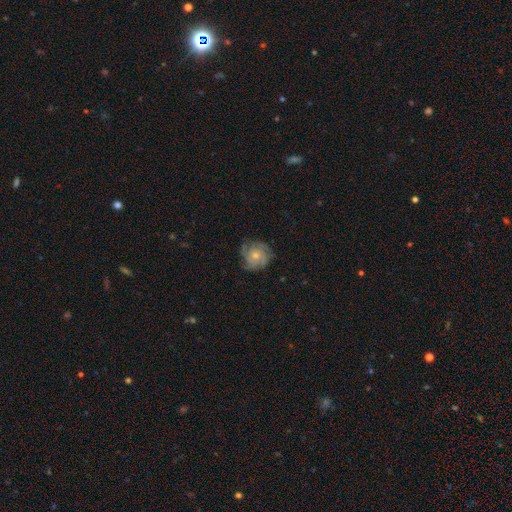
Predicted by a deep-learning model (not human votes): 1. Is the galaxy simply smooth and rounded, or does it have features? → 65% featured or disk, 27% smooth, 8% star or artifact.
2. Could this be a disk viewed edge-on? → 98% no, 2% yes.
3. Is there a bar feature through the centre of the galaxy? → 85% no, 13% weak, 2% strong.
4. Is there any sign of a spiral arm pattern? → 88% yes, 12% no.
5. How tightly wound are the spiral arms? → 60% tight, 31% medium, 9% loose.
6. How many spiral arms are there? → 32% can't tell, 27% 3, 18% 4, 11% 2, 6% more than 4, 6% 1.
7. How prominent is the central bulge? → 52% small, 43% moderate, 2% large, 2% none, 1% dominant.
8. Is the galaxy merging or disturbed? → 73% none, 19% minor disturbance, 7% major disturbance, 1% merger.